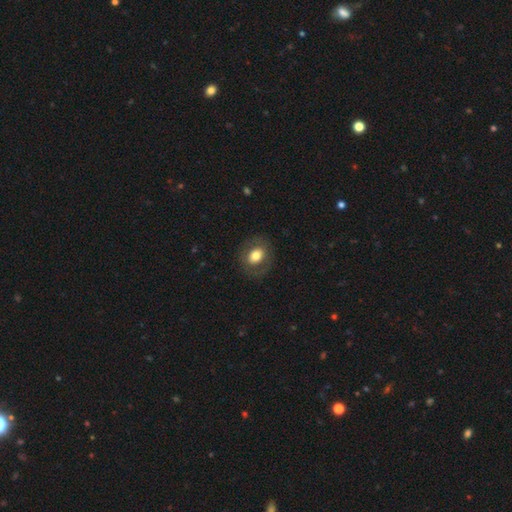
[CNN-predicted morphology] type=smooth (67%); roundness=in between (53%); merging=none (82%).